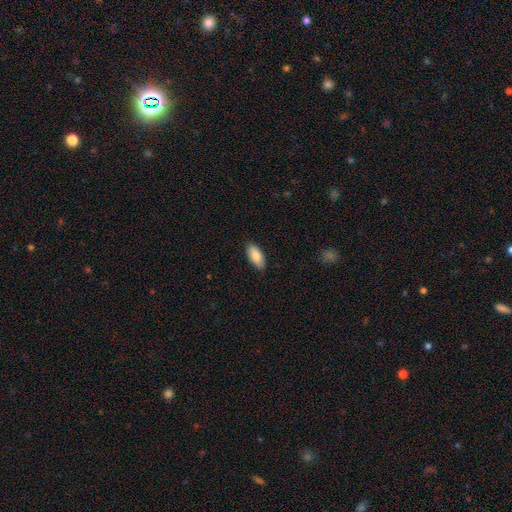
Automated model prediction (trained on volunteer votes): smooth-or-featured: smooth: 84% | featured or disk: 10% | star or artifact: 6%
  how-rounded: in between: 88% | cigar-shaped: 10% | round: 2%
  merging: none: 89% | minor disturbance: 9% | major disturbance: 2% | merger: 1%